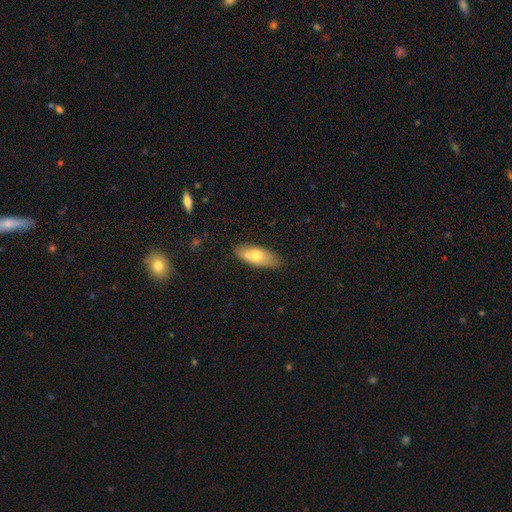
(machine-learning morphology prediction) smooth_or_featured: smooth (p=0.64) [alt: featured or disk p=0.30]
how_rounded: in between (p=0.75) [alt: cigar-shaped p=0.22]
merging: none (p=0.69) [alt: minor disturbance p=0.15]